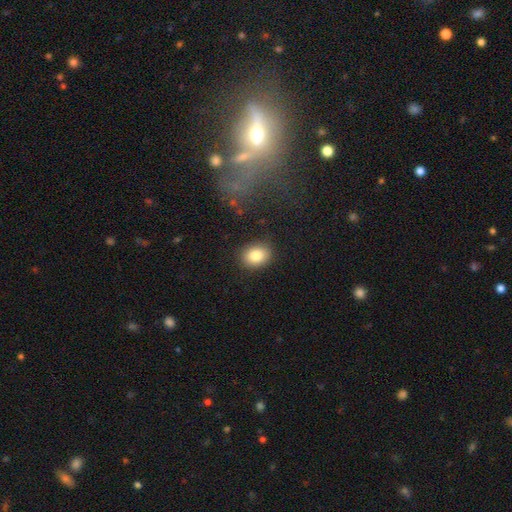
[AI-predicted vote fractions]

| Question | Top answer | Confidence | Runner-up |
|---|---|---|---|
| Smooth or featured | smooth | 83% | star or artifact (9%) |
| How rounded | in between | 53% | round (46%) |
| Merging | none | 87% | minor disturbance (9%) |